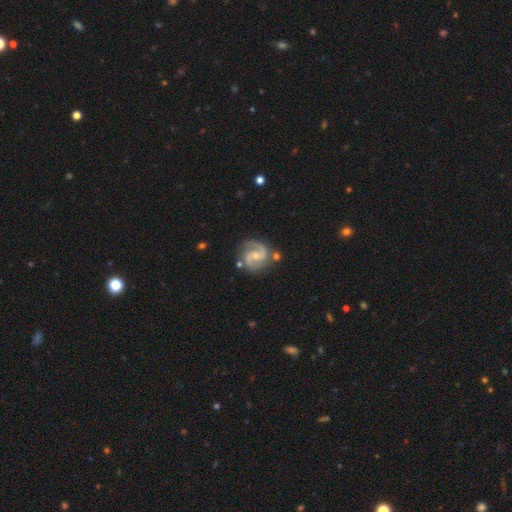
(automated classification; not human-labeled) The model was most divided on "bar": weak: 46%, no: 40%, strong: 14%. More confident: edge-on disk — no (98%); spiral arms — yes (98%); spiral arm count — 2 (93%); smooth or featured — featured or disk (88%); merging — none (77%); spiral winding — medium (59%); bulge size — small (58%).